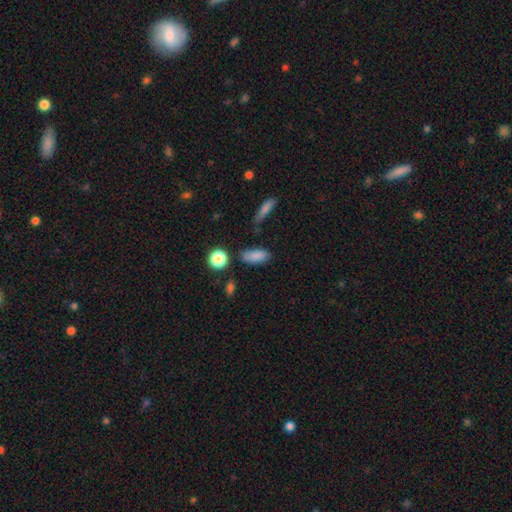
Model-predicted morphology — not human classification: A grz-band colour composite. It shows a smooth galaxy with no disk features (84%) that is in between round and cigar-shaped (81%). Merging: none (71%).